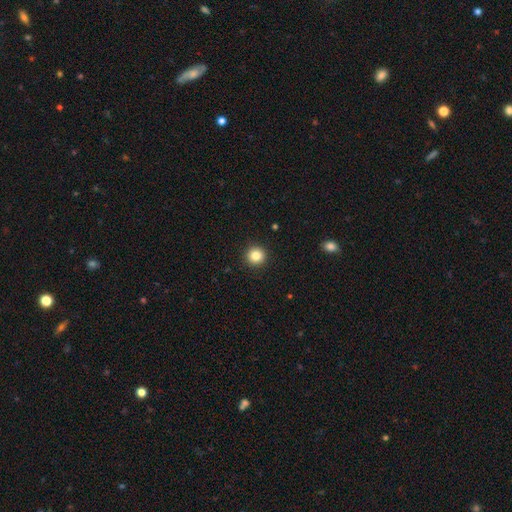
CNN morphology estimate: The model was most divided on "smooth or featured": smooth: 84%, star or artifact: 11%, featured or disk: 5%. More confident: how rounded — round (95%); merging — none (93%).